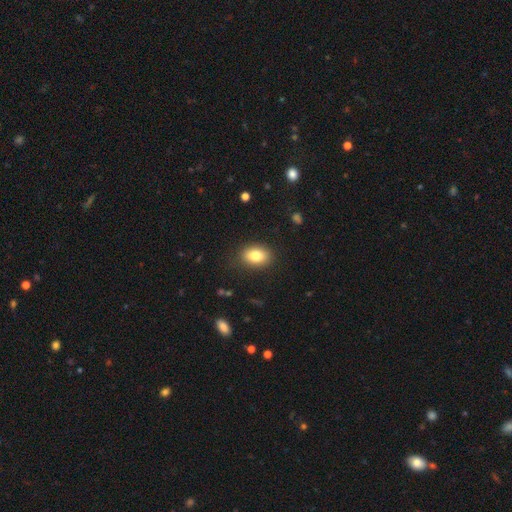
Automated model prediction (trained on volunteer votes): Q: Smooth or featured?
A: smooth (81%); runner-up: featured or disk (10%)
Q: How rounded?
A: in between (81%); runner-up: round (18%)
Q: Merging?
A: none (86%); runner-up: minor disturbance (10%)